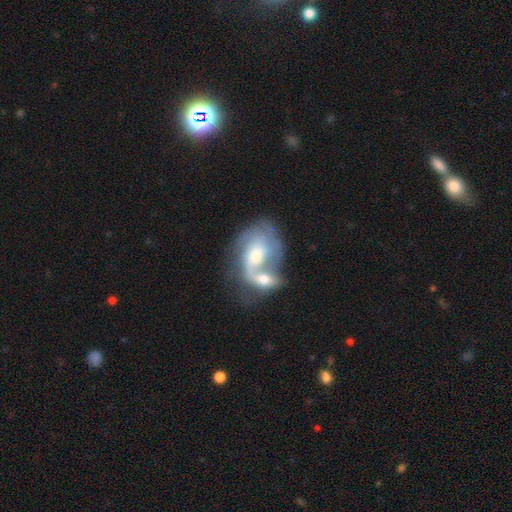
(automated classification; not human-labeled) A featured or disk galaxy (66%) with no bar (60%), spiral arms (75%) and a moderate central bulge (59%).

Vote fractions:
- Smooth or featured? featured or disk: 66% / smooth: 28% / star or artifact: 7%
- Edge-on disk? no: 96% / yes: 4%
- Bar? no: 60% / weak: 32% / strong: 8%
- Spiral arms? yes: 75% / no: 25%
- Bulge size? moderate: 59% / small: 24% / large: 11% / none: 4% / dominant: 2%
- Merging? merger: 73% / none: 12% / major disturbance: 9% / minor disturbance: 6%